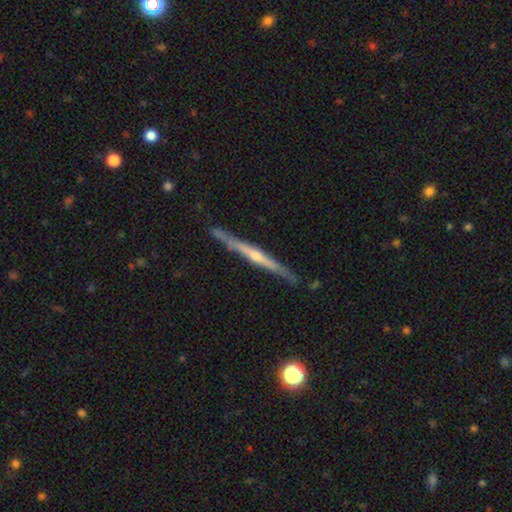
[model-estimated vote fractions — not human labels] The model was most divided on "edge-on bulge": rounded: 70%, none: 24%, boxy: 6%. More confident: edge-on disk — yes (98%); merging — none (85%); smooth or featured — featured or disk (77%).